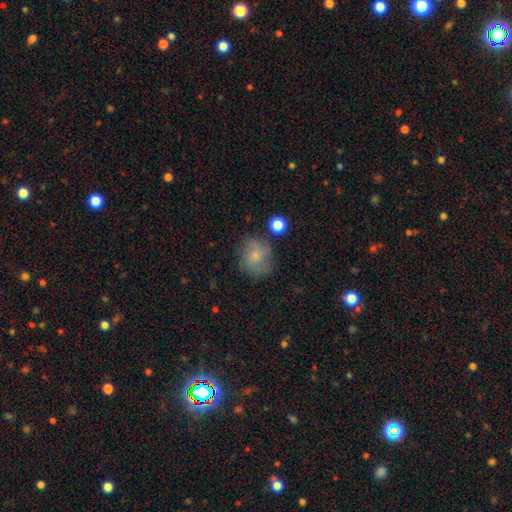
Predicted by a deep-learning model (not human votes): Smooth or featured: smooth — 63% (featured or disk — 26%)
How rounded: round — 74% (in between — 25%)
Merging: none — 70% (minor disturbance — 19%)